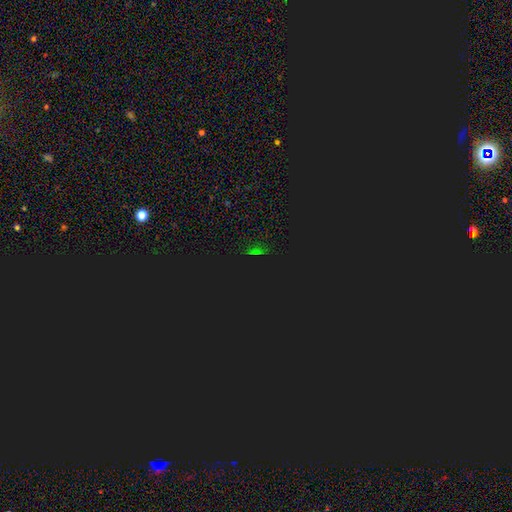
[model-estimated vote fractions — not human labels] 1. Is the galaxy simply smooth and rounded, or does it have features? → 77% star or artifact, 16% smooth, 8% featured or disk.